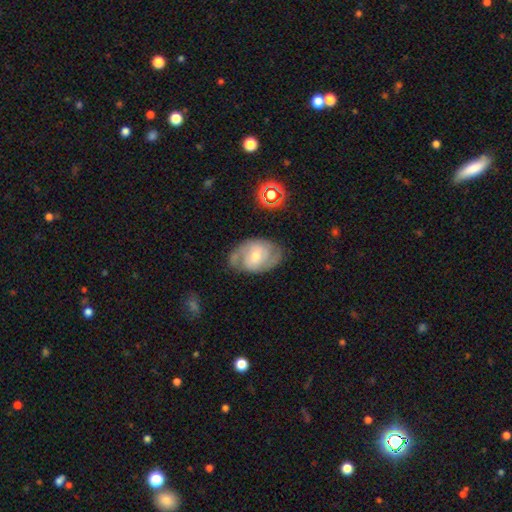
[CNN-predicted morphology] Smooth or featured? Predicted: featured or disk (p=0.74). Edge-on disk? Predicted: no (p=0.96). Bar? Predicted: weak (p=0.44). Spiral arms? Predicted: yes (p=0.89). Spiral winding? Predicted: medium (p=0.45). Spiral arm count? Predicted: 2 (p=0.75). Bulge size? Predicted: moderate (p=0.49). Merging? Predicted: none (p=0.72).